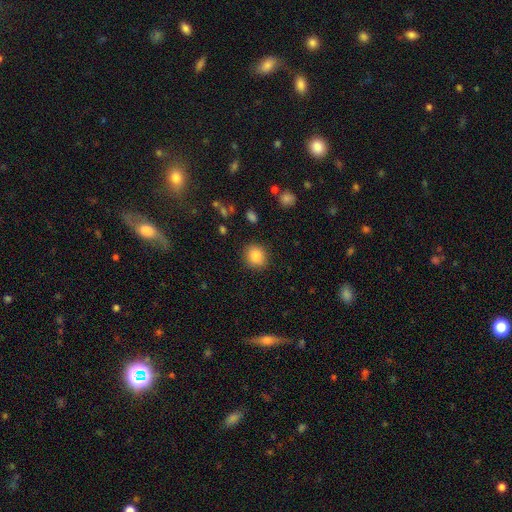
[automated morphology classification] smooth 84%, star or artifact 10%, featured or disk 6%. Down the decision tree: how rounded — round (83%); merging — none (88%).